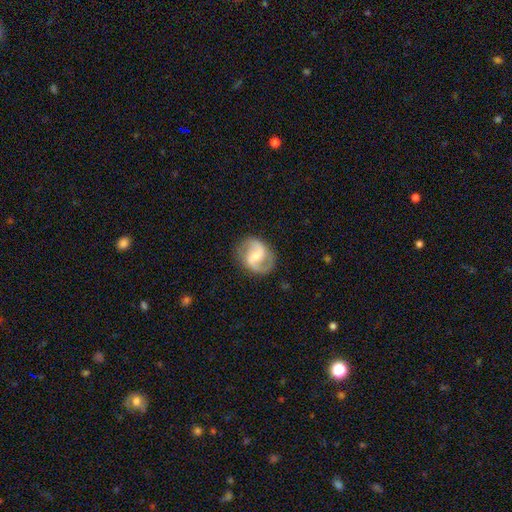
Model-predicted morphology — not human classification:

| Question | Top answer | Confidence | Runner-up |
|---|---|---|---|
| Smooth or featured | featured or disk | 86% | smooth (9%) |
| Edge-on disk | no | 98% | yes (2%) |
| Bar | weak | 50% | no (27%) |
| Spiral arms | yes | 97% | no (3%) |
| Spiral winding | medium | 51% | loose (36%) |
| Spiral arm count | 2 | 92% | can't tell (2%) |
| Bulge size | small | 46% | moderate (43%) |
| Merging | none | 82% | minor disturbance (12%) |